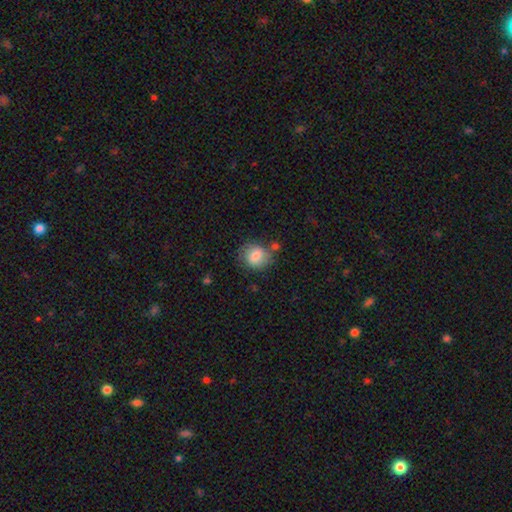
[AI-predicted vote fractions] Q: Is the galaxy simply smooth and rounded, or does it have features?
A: smooth — 77%.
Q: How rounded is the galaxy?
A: round — 67%.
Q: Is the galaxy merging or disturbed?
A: none — 63%.